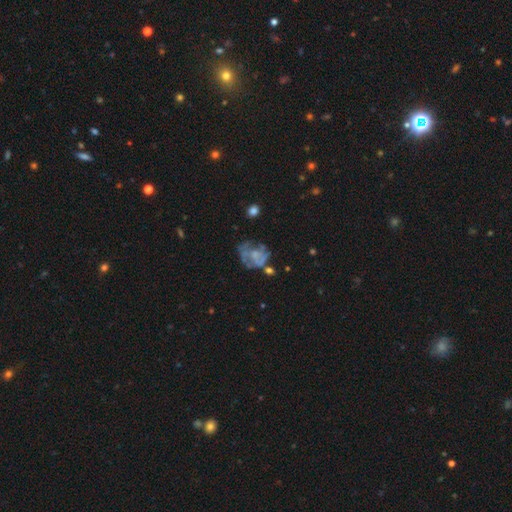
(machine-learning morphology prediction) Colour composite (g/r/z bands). It shows a featured or disk galaxy (63%) with no bar (83%), no spiral arms (65%) and no central bulge (48%). Merging: none (42%).